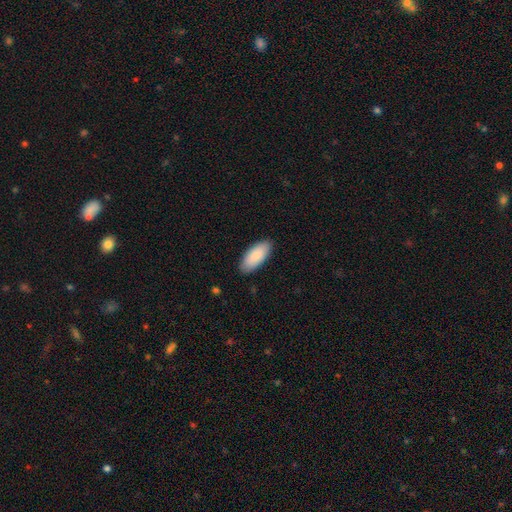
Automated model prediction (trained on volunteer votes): Smooth or featured: smooth — 90% (featured or disk — 5%)
How rounded: in between — 89% (cigar-shaped — 10%)
Merging: none — 88% (minor disturbance — 9%)